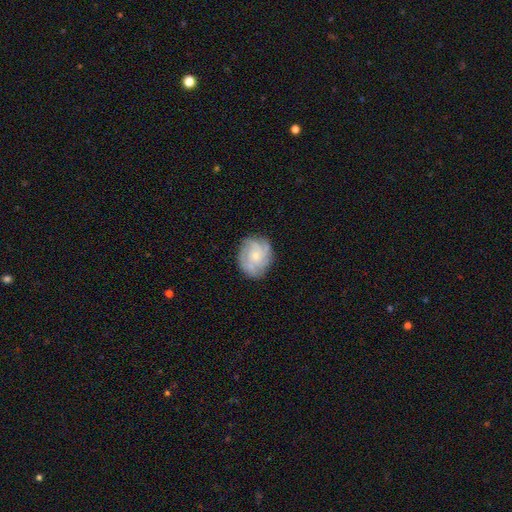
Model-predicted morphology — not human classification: A featured or disk galaxy (63%) with no bar (79%), tight (50%) spiral arms (89%) and a small central bulge (62%). Merging: none (77%).